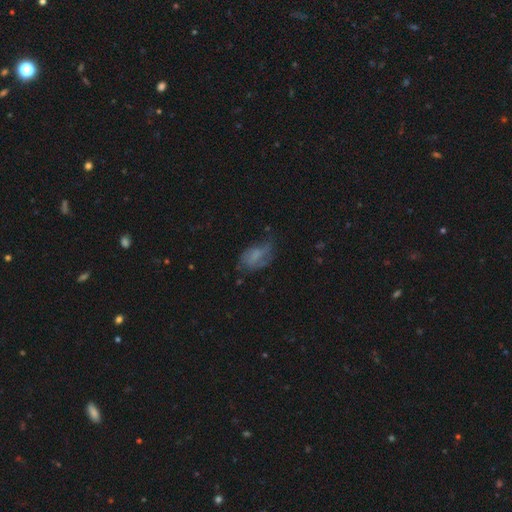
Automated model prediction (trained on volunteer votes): Overall: featured or disk (44%; smooth 43%). Merging: none (38%; major disturbance 30%).